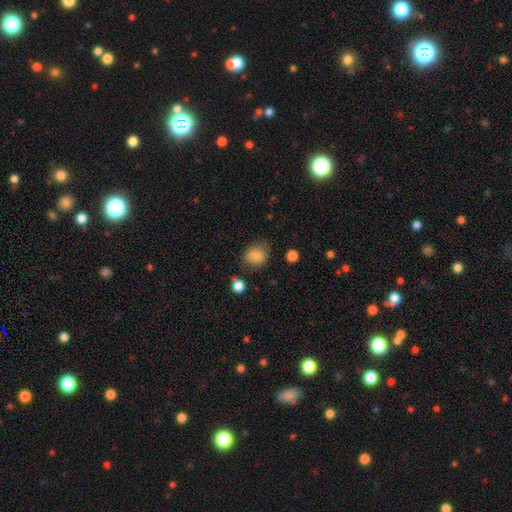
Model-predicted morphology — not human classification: Smooth or featured? smooth (83%)
How rounded? round (60%)
Merging? none (65%)